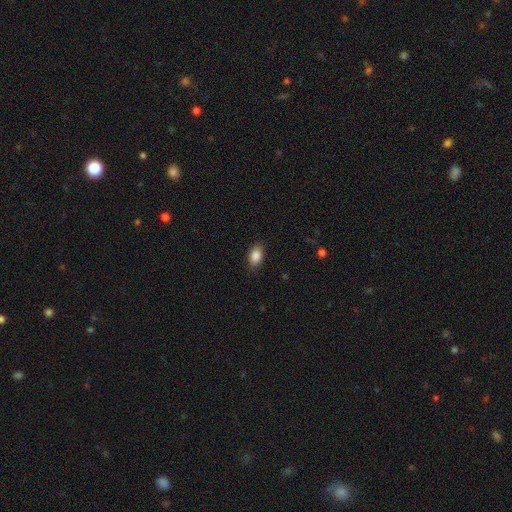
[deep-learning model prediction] A smooth galaxy with no disk features (87%) that is in between round and cigar-shaped (89%). Merging: none (87%).